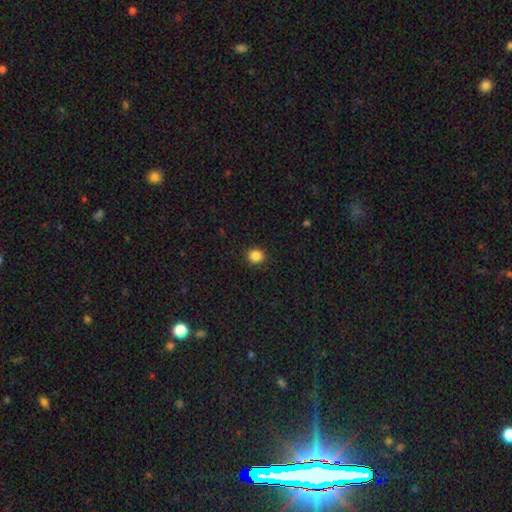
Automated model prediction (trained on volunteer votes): Overall: smooth (86%). How rounded: round (85%). Merging: none (92%).